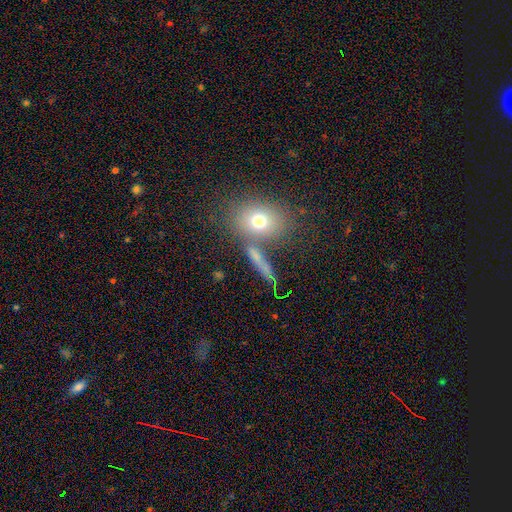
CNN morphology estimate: Smooth or featured? Predicted: smooth (p=0.61). How rounded? Predicted: in between (p=0.35, tied with cigar-shaped). Merging? Predicted: none (p=0.63).